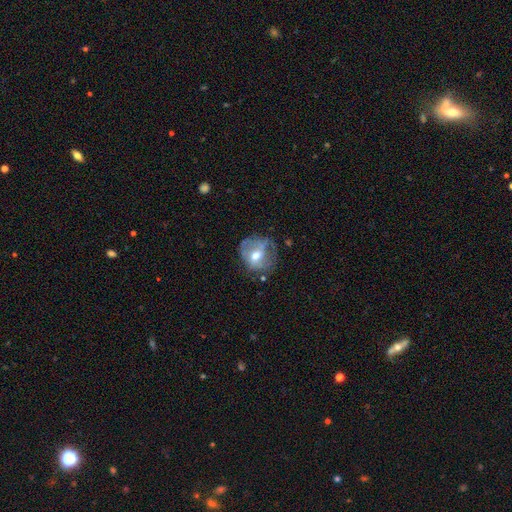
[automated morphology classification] Smooth or featured?
  - featured or disk: 51% *
  - smooth: 41%
  - star or artifact: 8%
Edge-on disk?
  - no: 95% *
  - yes: 5%
Merging?
  - none: 52% *
  - minor disturbance: 28%
  - major disturbance: 18%
  - merger: 3%